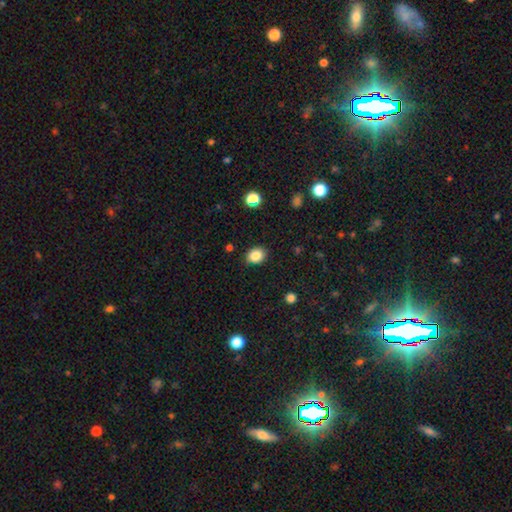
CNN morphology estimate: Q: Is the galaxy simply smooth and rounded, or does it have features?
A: smooth — 84%.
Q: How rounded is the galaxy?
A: round — 50%.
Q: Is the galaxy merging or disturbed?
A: none — 85%.